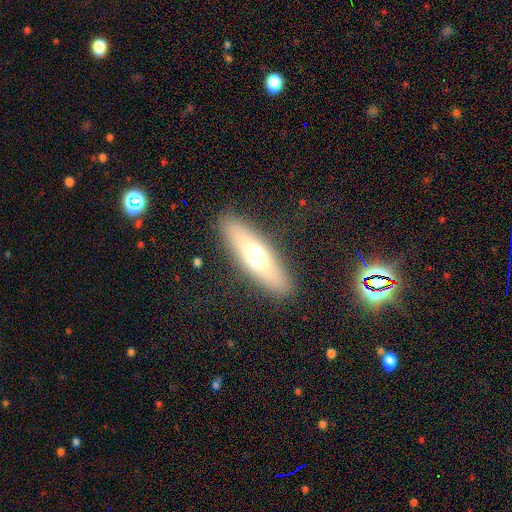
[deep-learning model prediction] This appears to be a smooth galaxy with no disk features (59%) that is cigar-shaped (60%). Merging: none (89%).